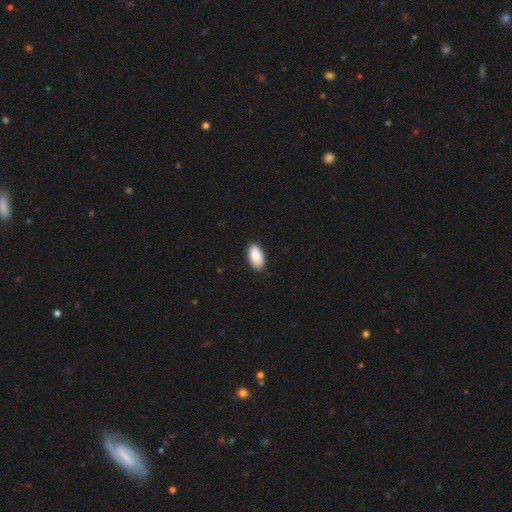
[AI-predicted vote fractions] A smooth galaxy with no disk features (90%) that is in between round and cigar-shaped (95%). Merging: none (86%).